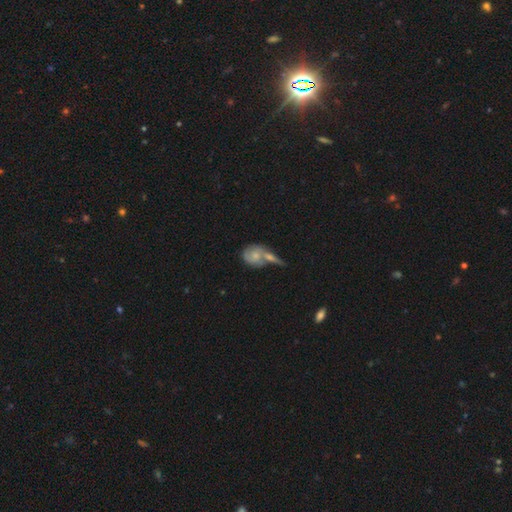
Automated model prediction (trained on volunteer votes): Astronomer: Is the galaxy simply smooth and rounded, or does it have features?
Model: smooth — 51% (runner-up: featured or disk, 42%).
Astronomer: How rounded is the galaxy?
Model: round — 56% (runner-up: in between, 40%).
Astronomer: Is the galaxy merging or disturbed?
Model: merger — 49% (runner-up: none, 31%).